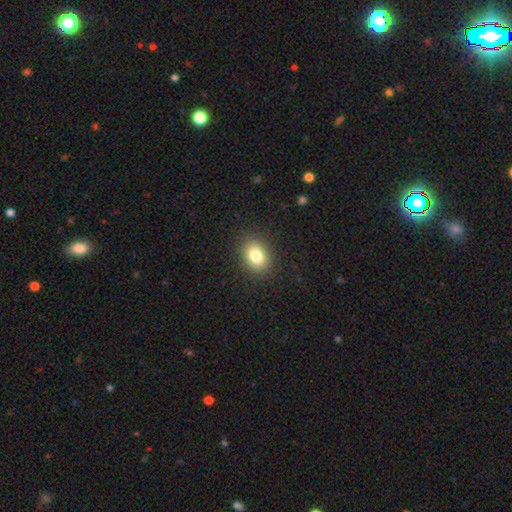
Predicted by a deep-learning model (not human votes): Q: Smooth or featured?
A: smooth (82%); runner-up: star or artifact (10%)
Q: How rounded?
A: in between (57%); runner-up: round (42%)
Q: Merging?
A: none (89%); runner-up: minor disturbance (8%)